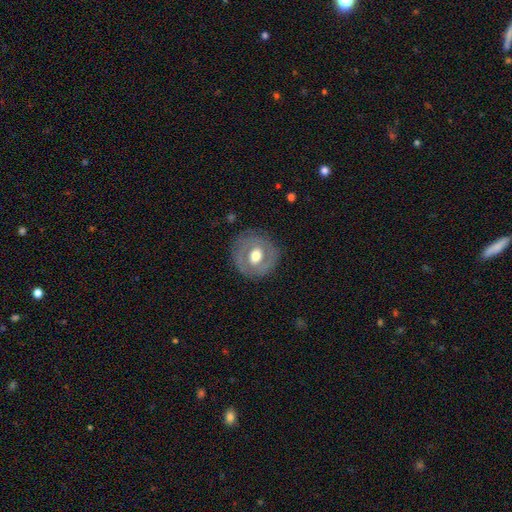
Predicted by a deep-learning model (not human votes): smooth-or-featured: featured or disk: 51% | smooth: 42% | star or artifact: 7%
  disk-edge-on: no: 95% | yes: 5%
  merging: none: 79% | minor disturbance: 14% | major disturbance: 6% | merger: 1%